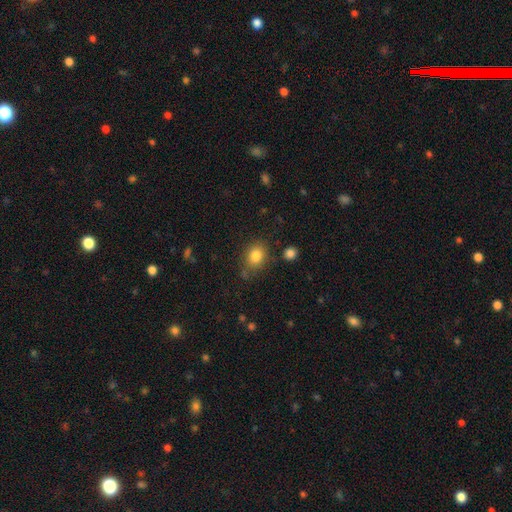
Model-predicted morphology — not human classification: smooth_or_featured: smooth (p=0.83) [alt: star or artifact p=0.10]
how_rounded: round (p=0.54) [alt: in between p=0.45]
merging: none (p=0.76) [alt: minor disturbance p=0.15]